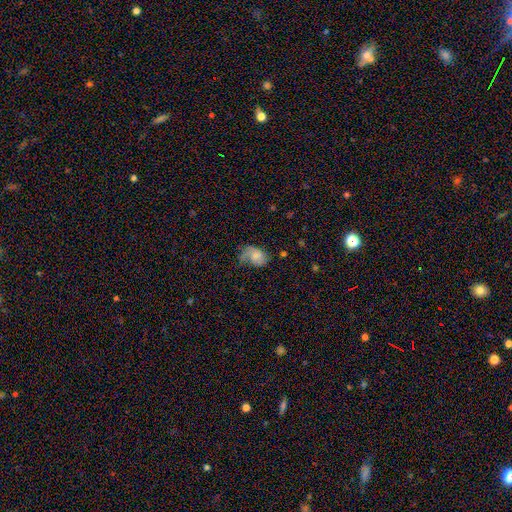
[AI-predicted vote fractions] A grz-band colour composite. It shows a featured or disk galaxy (50%). Merging: none (34%, tied with major disturbance).